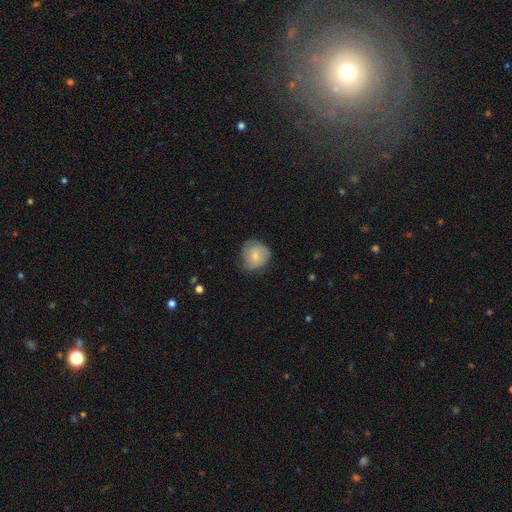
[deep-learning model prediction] smooth_or_featured: smooth (p=0.69) [alt: featured or disk p=0.24]
how_rounded: round (p=0.81) [alt: in between p=0.18]
merging: none (p=0.61) [alt: minor disturbance p=0.30]